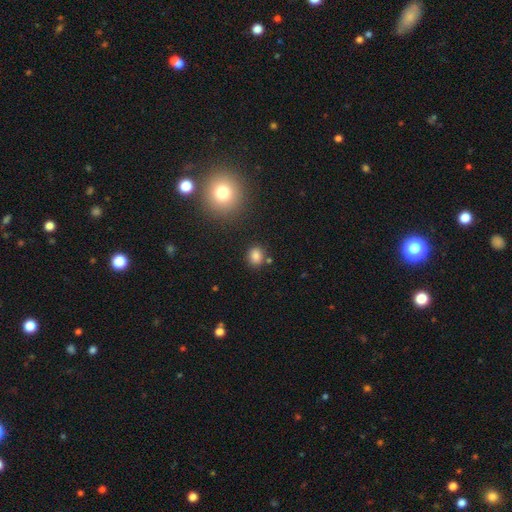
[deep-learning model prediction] smooth 82%, star or artifact 13%, featured or disk 5%. Down the decision tree: how rounded — round (62%); merging — none (82%).